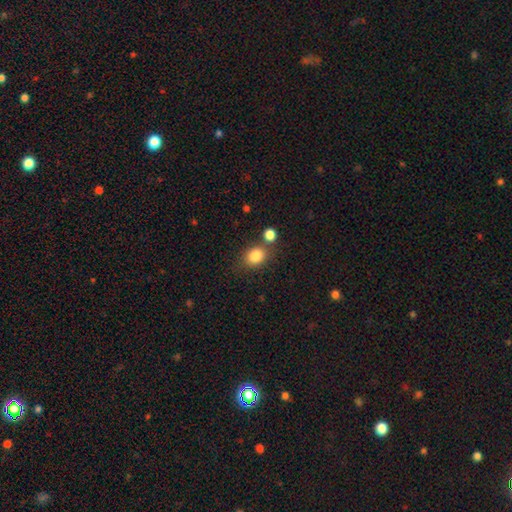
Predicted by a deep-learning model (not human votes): A smooth galaxy with no disk features (84%) that is round (52%).

Vote fractions:
- Smooth or featured? smooth: 84% / star or artifact: 10% / featured or disk: 6%
- How rounded? round: 52% / in between: 47% / cigar-shaped: 1%
- Merging? none: 66% / merger: 17% / minor disturbance: 13% / major disturbance: 4%